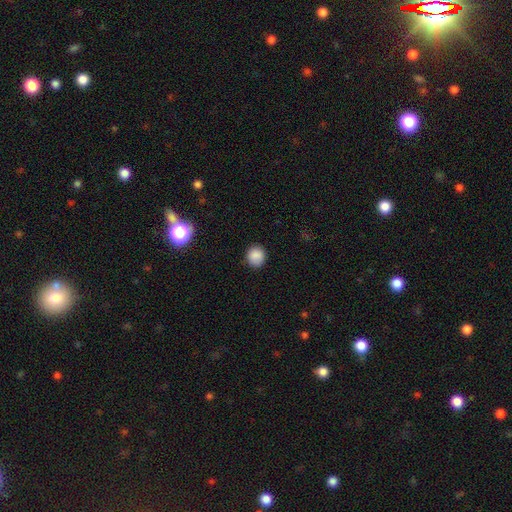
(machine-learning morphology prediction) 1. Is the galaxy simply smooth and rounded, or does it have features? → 86% smooth, 10% star or artifact, 4% featured or disk.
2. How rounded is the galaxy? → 81% round, 18% in between, 1% cigar-shaped.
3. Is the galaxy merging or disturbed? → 86% none, 11% minor disturbance, 2% major disturbance, 1% merger.